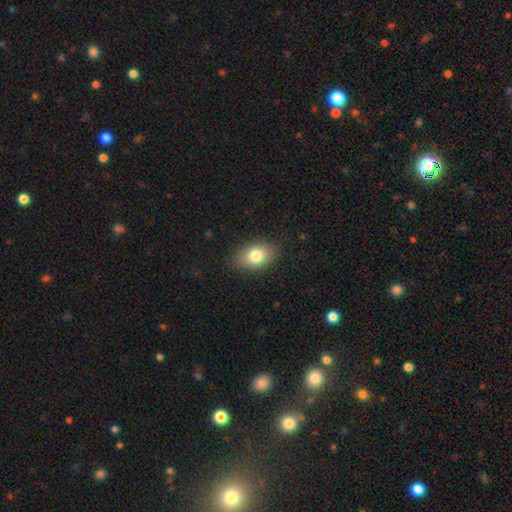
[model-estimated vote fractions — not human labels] Smooth or featured: smooth — 80% (featured or disk — 11%)
How rounded: in between — 84% (round — 14%)
Merging: none — 85% (minor disturbance — 11%)